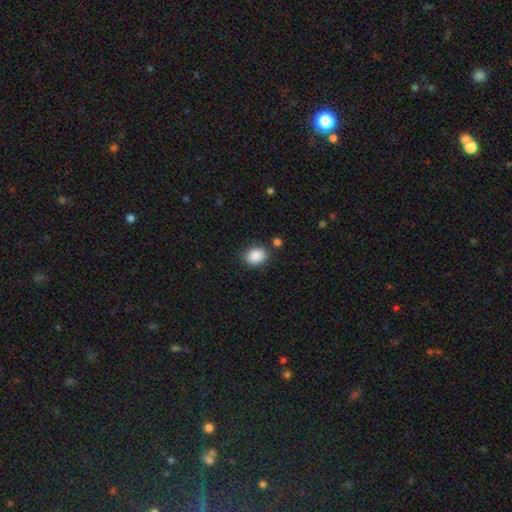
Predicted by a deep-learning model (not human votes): Q: Smooth or featured?
A: smooth (89%); runner-up: star or artifact (8%)
Q: How rounded?
A: in between (64%); runner-up: round (35%)
Q: Merging?
A: none (81%); runner-up: minor disturbance (12%)